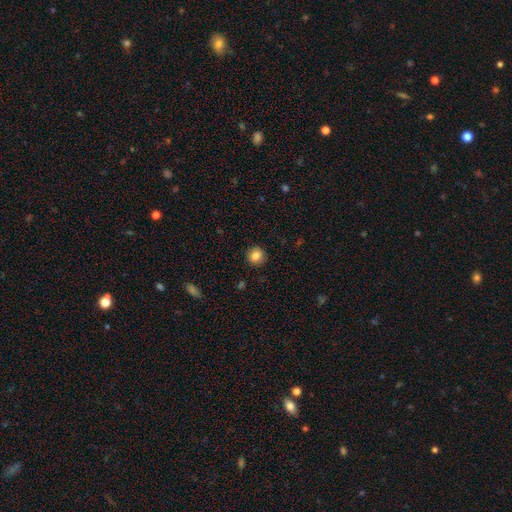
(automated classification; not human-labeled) Overall: smooth (85%). How rounded: round (84%). Merging: none (89%).